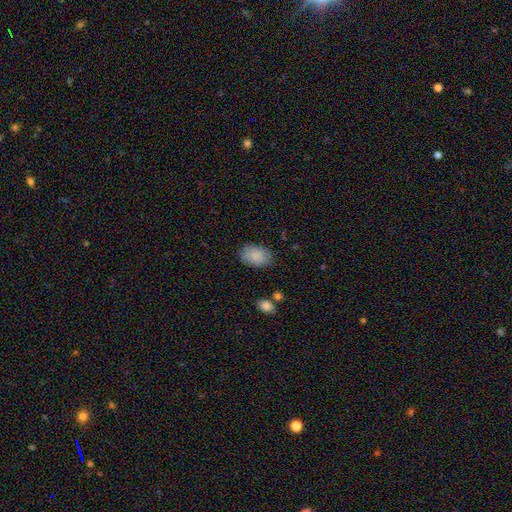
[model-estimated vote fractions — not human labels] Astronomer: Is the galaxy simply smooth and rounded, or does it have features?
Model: smooth — 87%.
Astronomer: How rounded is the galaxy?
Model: in between — 81%.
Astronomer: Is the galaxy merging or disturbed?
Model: none — 80%.